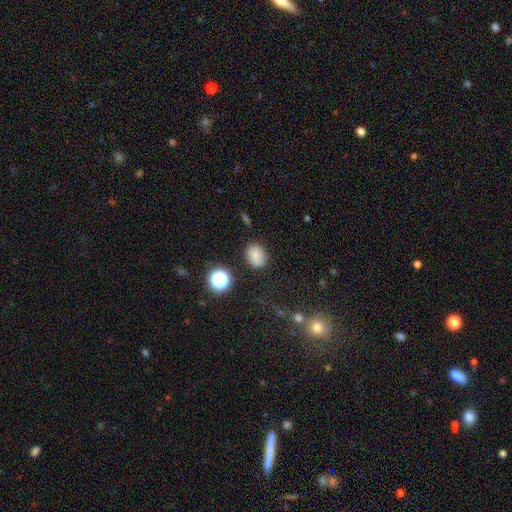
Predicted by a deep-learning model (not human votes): Q: Smooth or featured?
A: smooth (79%); runner-up: star or artifact (14%)
Q: How rounded?
A: in between (57%); runner-up: round (42%)
Q: Merging?
A: none (83%); runner-up: minor disturbance (12%)